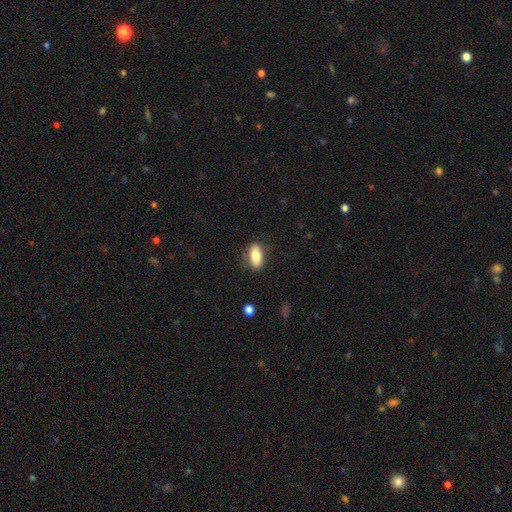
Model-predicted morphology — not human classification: Smooth or featured? smooth (79%)
How rounded? in between (85%)
Merging? none (82%)